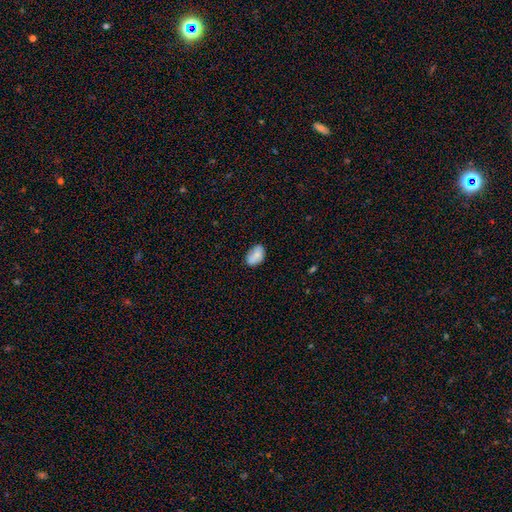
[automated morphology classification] Smooth or featured?
  - smooth: 79% *
  - featured or disk: 14%
  - star or artifact: 7%
How rounded?
  - in between: 89% *
  - round: 10%
  - cigar-shaped: 1%
Merging?
  - none: 73% *
  - minor disturbance: 21%
  - major disturbance: 4%
  - merger: 2%